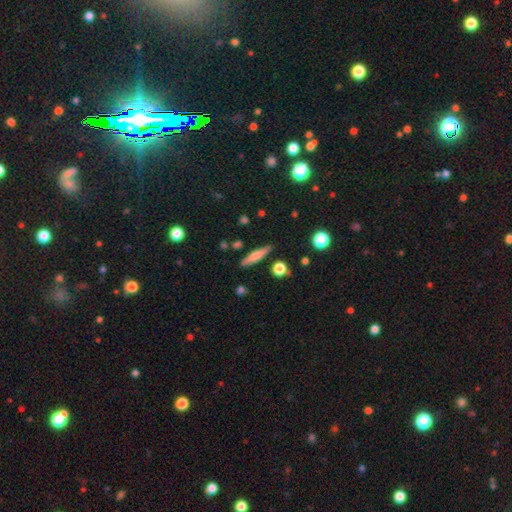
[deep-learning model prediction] A smooth galaxy with no disk features (62%) that is cigar-shaped (83%).

Vote fractions:
- Smooth or featured? smooth: 62% / featured or disk: 31% / star or artifact: 7%
- How rounded? cigar-shaped: 83% / in between: 14% / round: 3%
- Merging? none: 86% / minor disturbance: 9% / merger: 3% / major disturbance: 2%